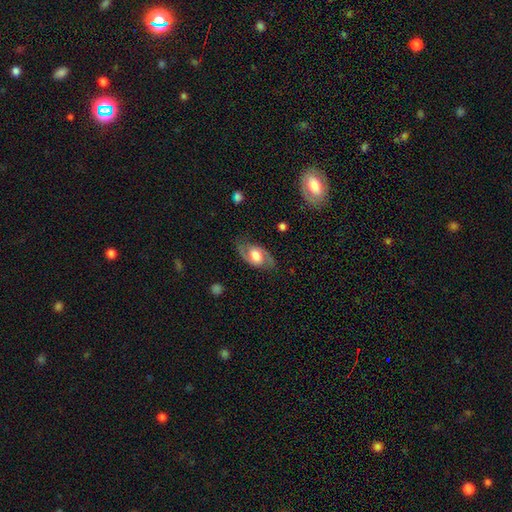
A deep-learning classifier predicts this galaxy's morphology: Smooth or featured? featured or disk (71%)
Edge-on disk? no (94%)
Bar? no (52%)
Spiral arms? yes (86%)
Spiral winding? medium (51%)
Spiral arm count? 2 (90%)
Bulge size? moderate (51%)
Merging? none (78%)